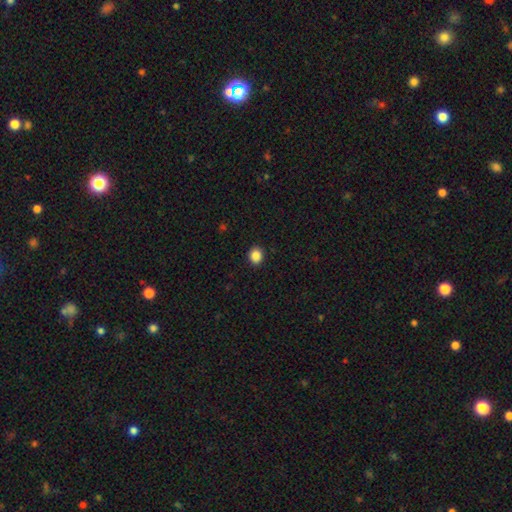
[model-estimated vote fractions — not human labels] Morphology: type=smooth (87%); roundness=round (70%); merging=none (92%).